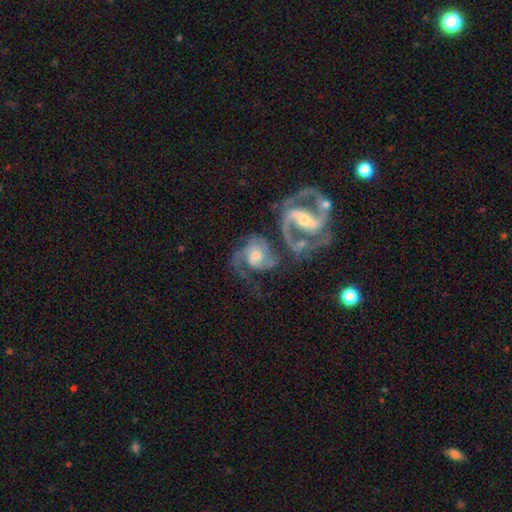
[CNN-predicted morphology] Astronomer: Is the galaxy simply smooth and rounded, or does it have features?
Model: featured or disk — 86%.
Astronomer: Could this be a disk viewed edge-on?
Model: no — 98%.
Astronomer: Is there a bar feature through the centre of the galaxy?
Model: no — 53% (runner-up: weak, 33%).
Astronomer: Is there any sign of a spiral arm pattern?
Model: yes — 96%.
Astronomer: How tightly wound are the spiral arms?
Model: medium — 55%.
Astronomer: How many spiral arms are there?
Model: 2 — 70%.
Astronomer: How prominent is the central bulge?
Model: moderate — 54% (runner-up: small, 33%).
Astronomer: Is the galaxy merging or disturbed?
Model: merger — 42% (runner-up: none, 28%).